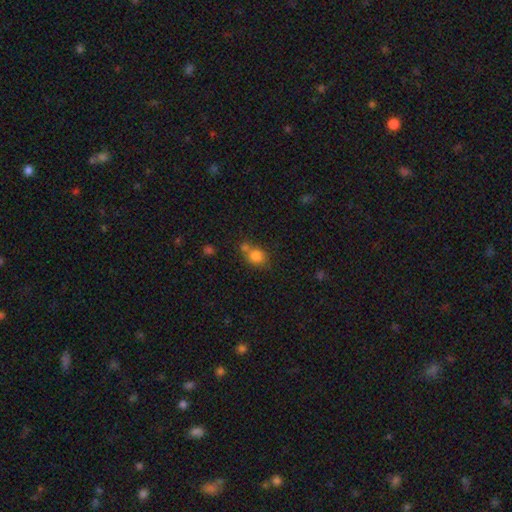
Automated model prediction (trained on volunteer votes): Smooth or featured?
  - smooth: 81% *
  - star or artifact: 11%
  - featured or disk: 8%
How rounded?
  - round: 67% *
  - in between: 31%
  - cigar-shaped: 1%
Merging?
  - none: 49% *
  - merger: 33%
  - minor disturbance: 13%
  - major disturbance: 4%